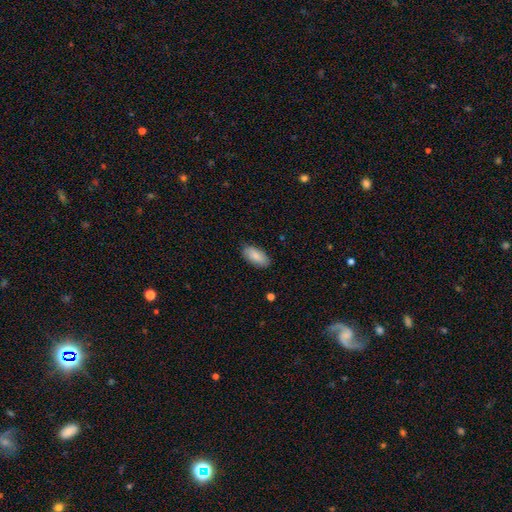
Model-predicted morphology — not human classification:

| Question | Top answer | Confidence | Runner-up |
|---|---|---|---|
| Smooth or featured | smooth | 86% | featured or disk (7%) |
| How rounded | in between | 91% | cigar-shaped (7%) |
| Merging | none | 87% | minor disturbance (10%) |